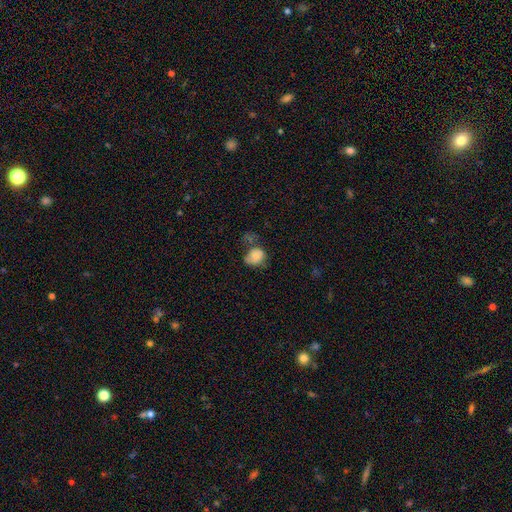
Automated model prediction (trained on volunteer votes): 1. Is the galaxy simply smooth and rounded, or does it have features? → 72% smooth, 18% featured or disk, 10% star or artifact.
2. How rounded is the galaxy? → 57% round, 42% in between, 1% cigar-shaped.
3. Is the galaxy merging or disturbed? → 34% none, 29% minor disturbance, 25% major disturbance, 12% merger.